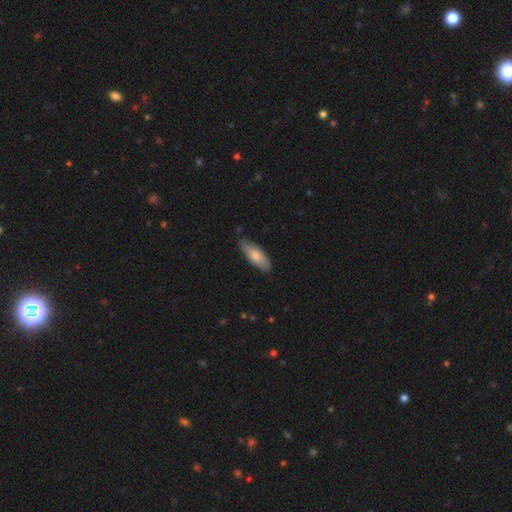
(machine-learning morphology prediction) This is likely a smooth galaxy (73%). How rounded: likely in between (67%). Merging: likely none (77%).